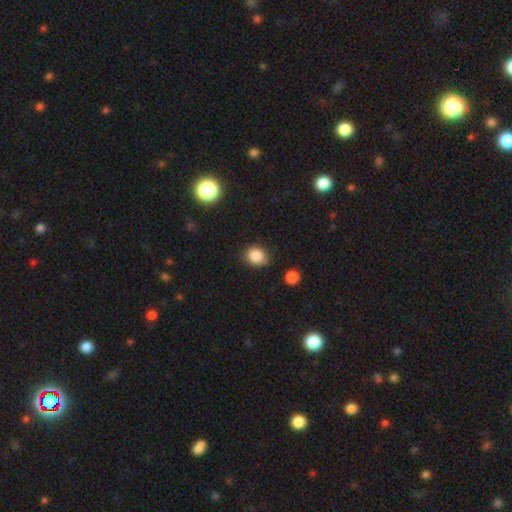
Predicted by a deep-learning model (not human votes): A smooth galaxy with no disk features (85%) that is round (64%).

Vote fractions:
- Smooth or featured? smooth: 85% / star or artifact: 11% / featured or disk: 5%
- How rounded? round: 64% / in between: 35% / cigar-shaped: 1%
- Merging? none: 77% / minor disturbance: 17% / major disturbance: 3% / merger: 3%